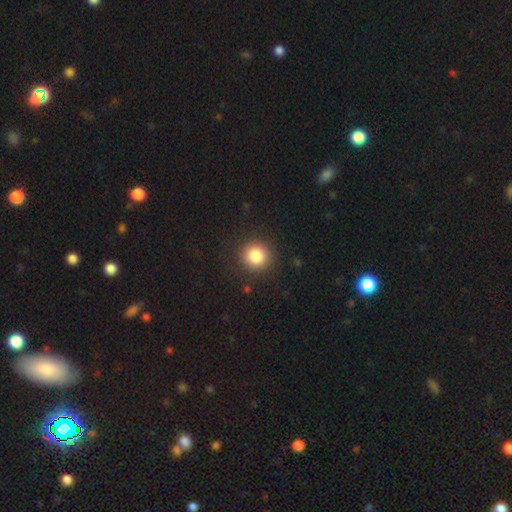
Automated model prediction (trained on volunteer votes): Overall: smooth (84%). How rounded: round (93%). Merging: none (90%).